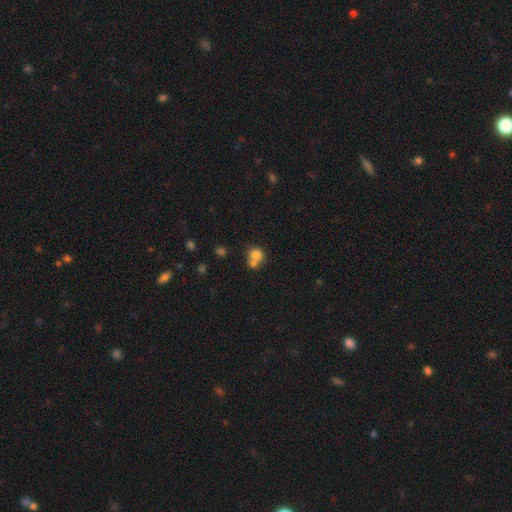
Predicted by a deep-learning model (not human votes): A smooth galaxy with no disk features (77%) that is round (77%).

Vote fractions:
- Smooth or featured? smooth: 77% / featured or disk: 12% / star or artifact: 11%
- How rounded? round: 77% / in between: 22% / cigar-shaped: 1%
- Merging? merger: 53% / none: 35% / minor disturbance: 8% / major disturbance: 4%